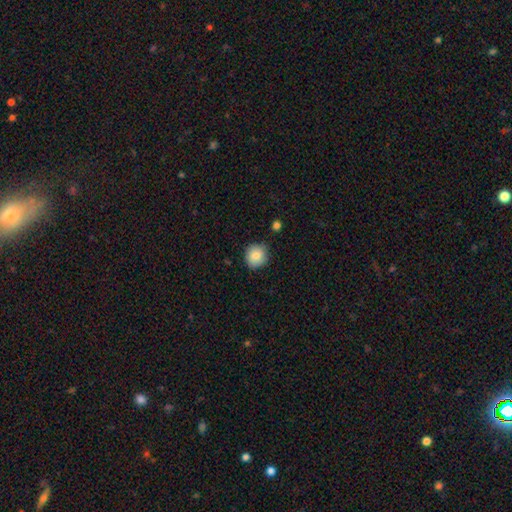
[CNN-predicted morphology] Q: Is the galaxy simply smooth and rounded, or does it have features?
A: smooth — 85%.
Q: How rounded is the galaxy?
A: round — 88%.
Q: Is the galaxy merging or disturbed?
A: none — 82%.